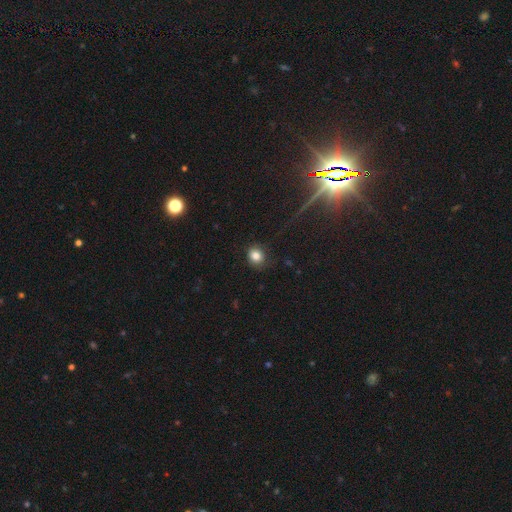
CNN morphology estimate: Smooth or featured: smooth — 83% (star or artifact — 11%)
How rounded: round — 73% (in between — 26%)
Merging: none — 79% (minor disturbance — 15%)